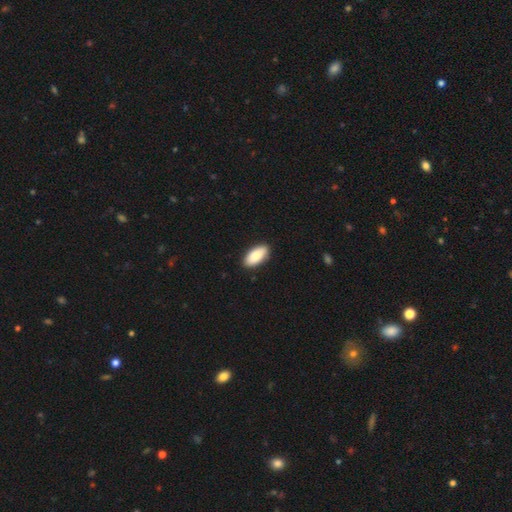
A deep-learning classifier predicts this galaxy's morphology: Smooth or featured: smooth — 89% (featured or disk — 6%)
How rounded: in between — 92% (cigar-shaped — 6%)
Merging: none — 89% (minor disturbance — 8%)